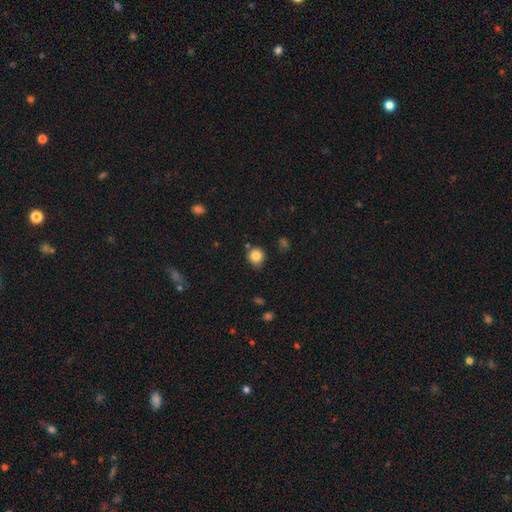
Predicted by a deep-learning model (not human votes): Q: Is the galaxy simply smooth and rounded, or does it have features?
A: smooth — 83%.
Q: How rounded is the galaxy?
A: round — 88%.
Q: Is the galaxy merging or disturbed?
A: none — 79%.